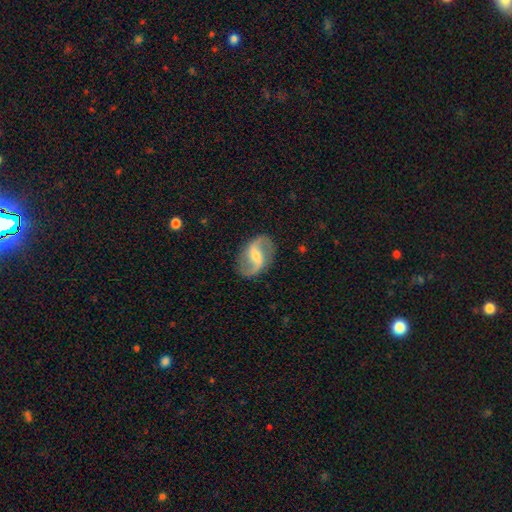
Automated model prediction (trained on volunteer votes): smooth-or-featured: featured or disk: 85% | smooth: 10% | star or artifact: 5%
  disk-edge-on: no: 97% | yes: 3%
    bar: weak: 46% | strong: 36% | no: 18%
    has-spiral-arms: yes: 94% | no: 6%
      spiral-winding: loose: 61% | medium: 32% | tight: 8%
      spiral-arm-count: 2: 93% | can't tell: 2% | 1: 2% | 3: 1% | 4: 1% | more than 4: 1%
    bulge-size: small: 48% | moderate: 40% | none: 7% | large: 4% | dominant: 1%
  merging: none: 84% | minor disturbance: 11% | major disturbance: 4% | merger: 1%